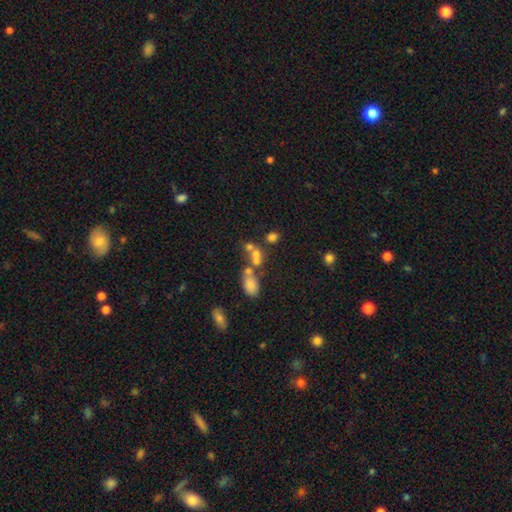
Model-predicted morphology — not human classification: This appears to be a smooth galaxy with no disk features (50%). Merging: merger (46%).